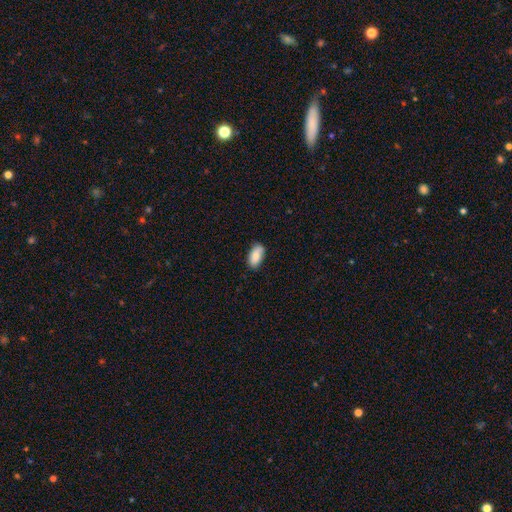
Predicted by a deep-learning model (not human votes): A smooth galaxy with no disk features (84%) that is in between round and cigar-shaped (93%). Merging: none (79%).